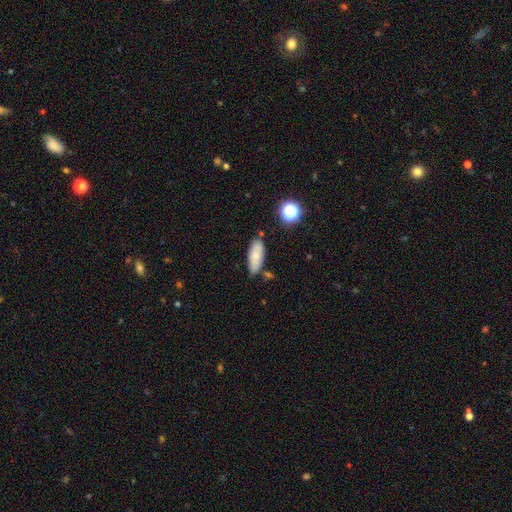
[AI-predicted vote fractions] A smooth galaxy with no disk features (74%) that is in between round and cigar-shaped (77%).

Vote fractions:
- Smooth or featured? smooth: 74% / featured or disk: 18% / star or artifact: 8%
- How rounded? in between: 77% / cigar-shaped: 20% / round: 3%
- Merging? none: 74% / minor disturbance: 17% / merger: 6% / major disturbance: 3%